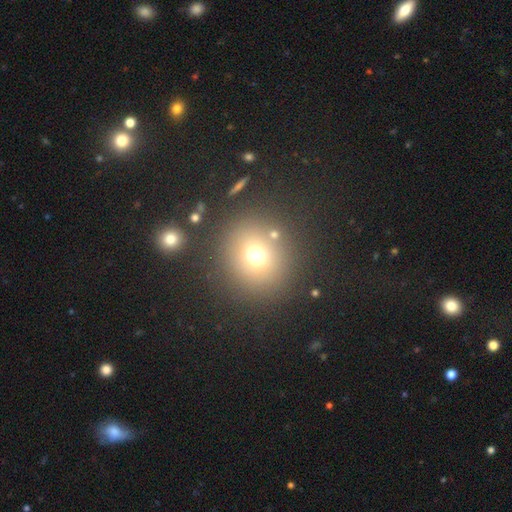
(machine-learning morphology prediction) smooth 69%, star or artifact 20%, featured or disk 12%. Down the decision tree: how rounded — round (89%); merging — none (82%).